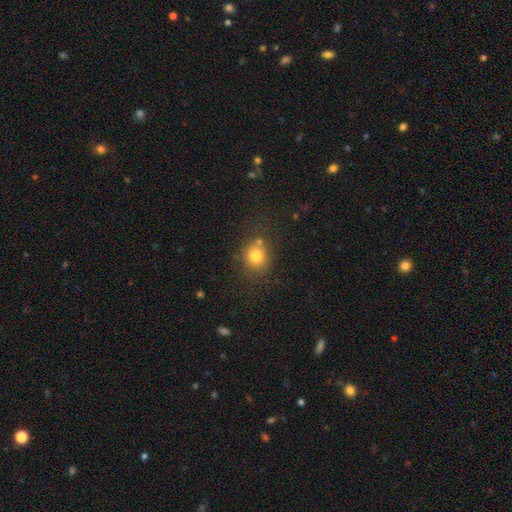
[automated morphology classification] Smooth or featured? smooth (79%)
How rounded? round (78%)
Merging? none (70%)